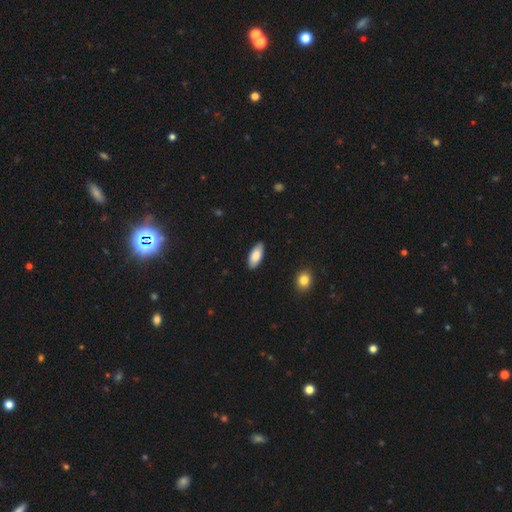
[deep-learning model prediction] Smooth or featured: smooth — 85% (featured or disk — 9%)
How rounded: in between — 88% (cigar-shaped — 11%)
Merging: none — 88% (minor disturbance — 9%)